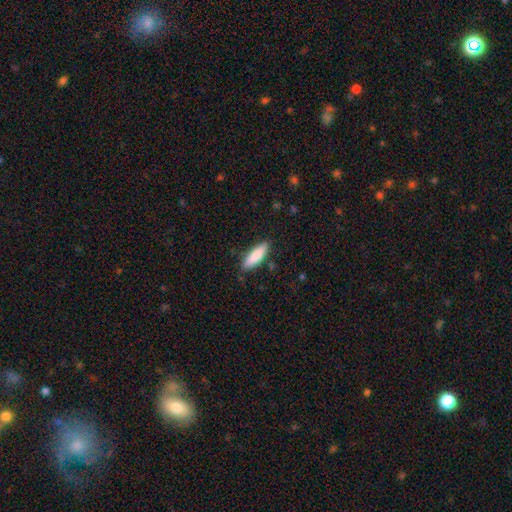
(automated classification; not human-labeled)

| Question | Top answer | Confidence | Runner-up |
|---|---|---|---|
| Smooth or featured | smooth | 84% | featured or disk (11%) |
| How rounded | cigar-shaped | 52% | in between (46%) |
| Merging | none | 85% | minor disturbance (11%) |